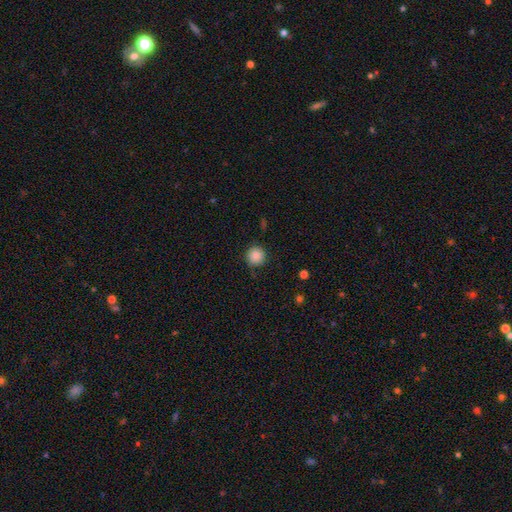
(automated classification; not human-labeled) Smooth or featured? smooth (87%)
How rounded? round (95%)
Merging? none (86%)